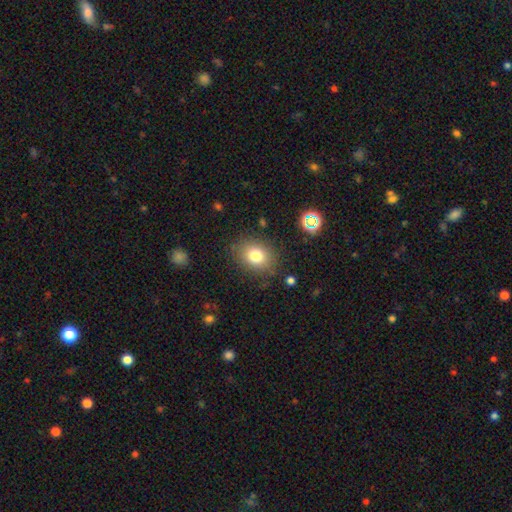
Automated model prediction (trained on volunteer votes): Morphology: type=smooth (78%); roundness=round (56%); merging=none (82%).